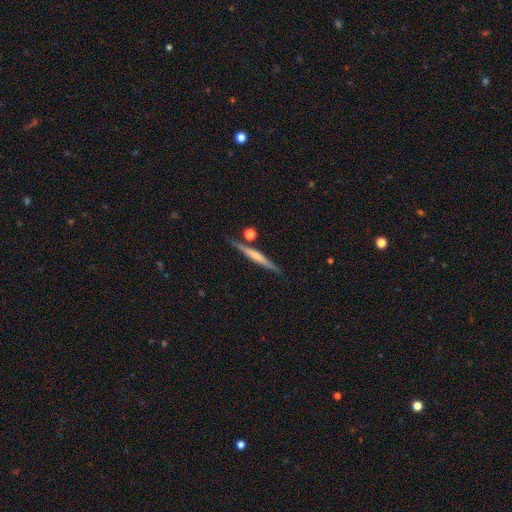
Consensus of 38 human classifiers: Volunteers were most divided on "smooth or featured": featured or disk: 58%, smooth: 37%, star or artifact: 5%. More confident: edge-on disk — yes (95%); merging — none (83%); edge-on bulge — none (52%).